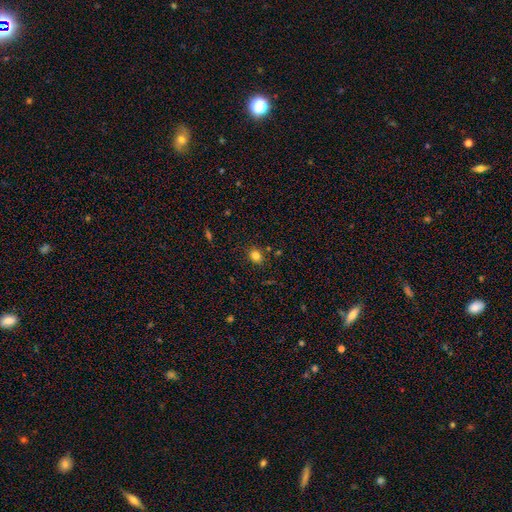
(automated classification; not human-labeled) Q: Smooth or featured?
A: smooth (81%); runner-up: star or artifact (13%)
Q: How rounded?
A: round (65%); runner-up: in between (34%)
Q: Merging?
A: none (85%); runner-up: minor disturbance (10%)